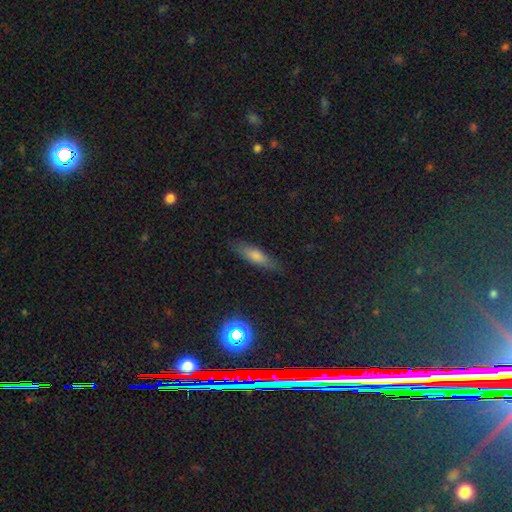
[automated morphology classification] A smooth galaxy with no disk features (66%) that is cigar-shaped (60%).

Vote fractions:
- Smooth or featured? smooth: 66% / featured or disk: 22% / star or artifact: 12%
- How rounded? cigar-shaped: 60% / in between: 37% / round: 3%
- Merging? none: 83% / minor disturbance: 12% / major disturbance: 3% / merger: 1%